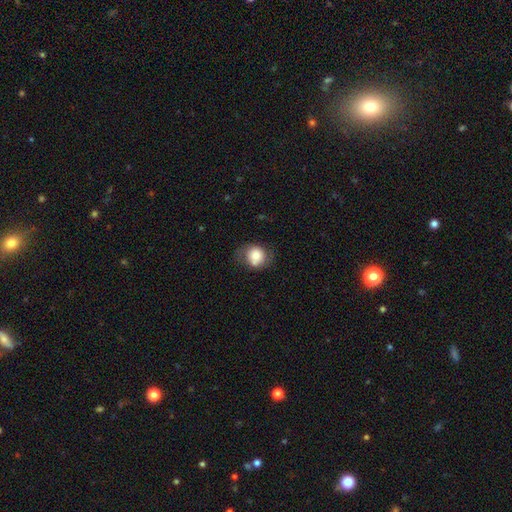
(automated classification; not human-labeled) Morphology: type=smooth (74%); roundness=round (69%); merging=none (57%).